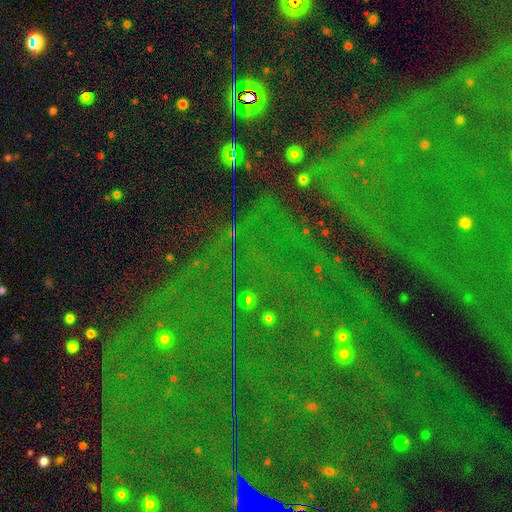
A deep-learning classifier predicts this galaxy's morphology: The model was most divided on "smooth or featured": star or artifact: 86%, featured or disk: 7%, smooth: 7%.